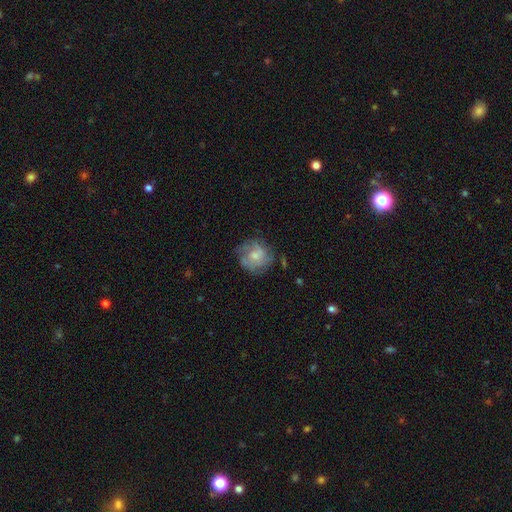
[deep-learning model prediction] featured or disk 55%, smooth 36%, star or artifact 9%. Down the decision tree: edge-on disk — no (98%); bar — no (75%); spiral arms — yes (75%); bulge size — moderate (49%); merging — none (67%).